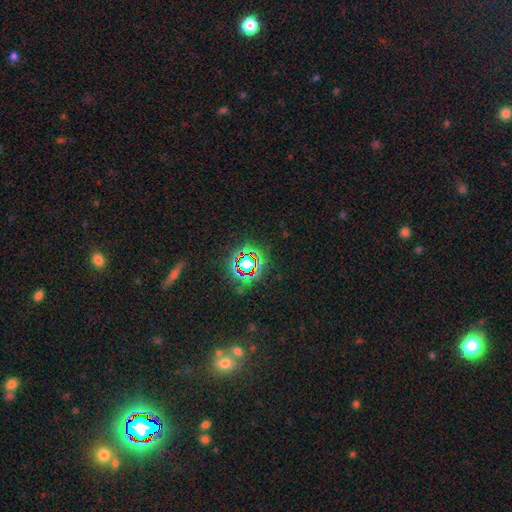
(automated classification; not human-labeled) Overall: star or artifact (73%).